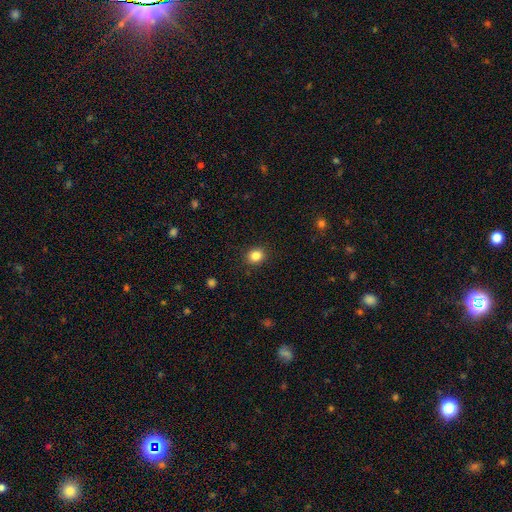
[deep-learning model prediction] This appears to be a smooth galaxy with no disk features (85%) that is round (75%). Merging: none (90%).